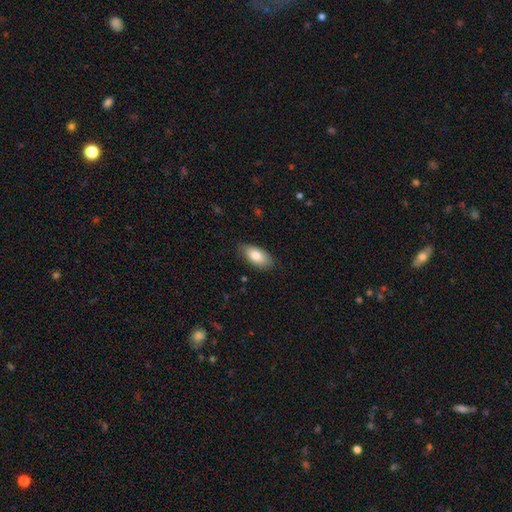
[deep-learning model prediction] smooth 79%, featured or disk 14%, star or artifact 6%. Down the decision tree: how rounded — in between (91%); merging — none (81%).